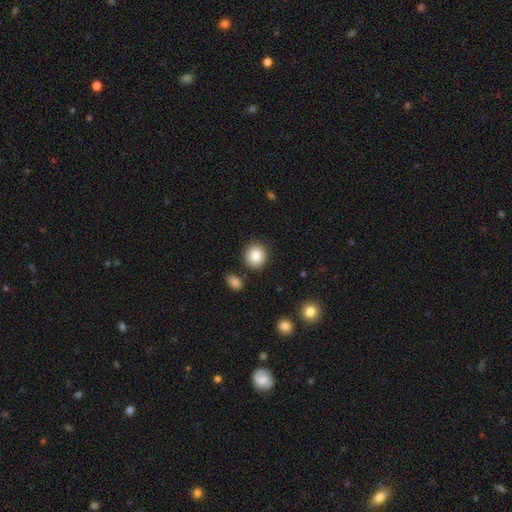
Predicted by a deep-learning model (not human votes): This appears to be a smooth galaxy with no disk features (85%) that is round (88%). Merging: none (87%).